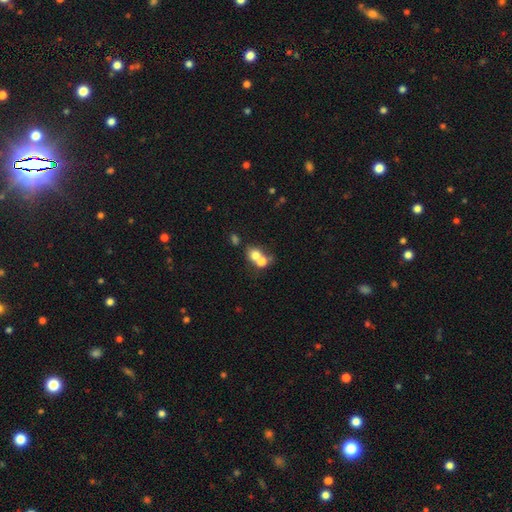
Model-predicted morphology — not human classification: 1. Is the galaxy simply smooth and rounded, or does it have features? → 69% smooth, 19% featured or disk, 12% star or artifact.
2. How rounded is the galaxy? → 66% round, 33% in between, 1% cigar-shaped.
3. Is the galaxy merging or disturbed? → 65% merger, 25% none, 6% minor disturbance, 4% major disturbance.